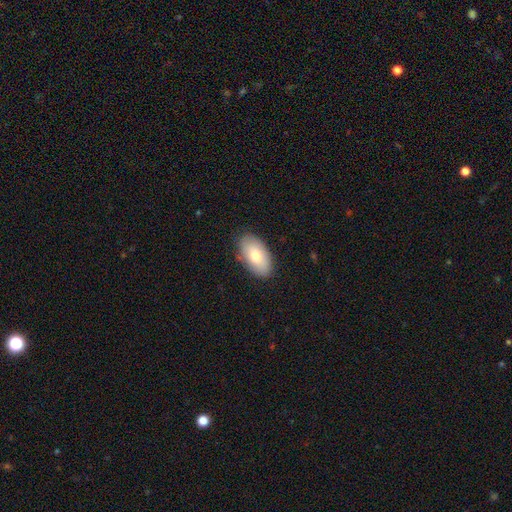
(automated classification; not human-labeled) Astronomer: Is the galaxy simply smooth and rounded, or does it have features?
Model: smooth — 76%.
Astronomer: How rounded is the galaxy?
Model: in between — 94%.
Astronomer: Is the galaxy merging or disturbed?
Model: none — 84%.